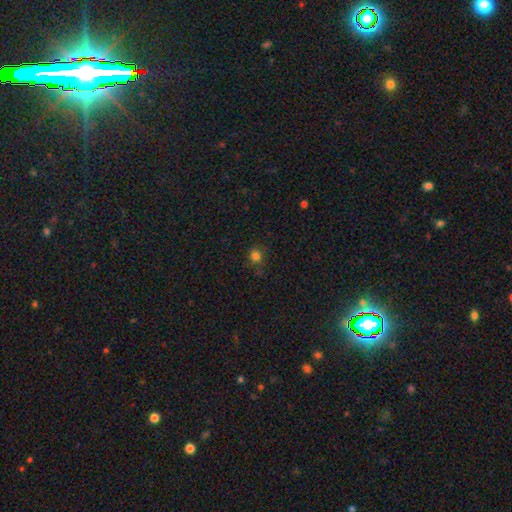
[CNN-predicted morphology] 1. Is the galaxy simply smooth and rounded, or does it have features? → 77% smooth, 18% star or artifact, 5% featured or disk.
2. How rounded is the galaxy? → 86% round, 13% in between, 1% cigar-shaped.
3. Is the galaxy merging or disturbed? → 80% none, 14% minor disturbance, 4% major disturbance, 2% merger.